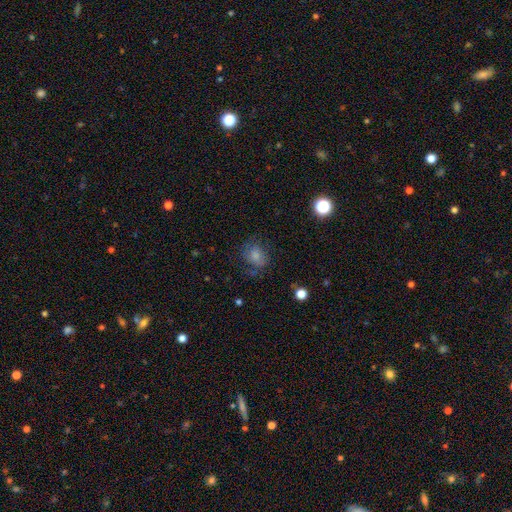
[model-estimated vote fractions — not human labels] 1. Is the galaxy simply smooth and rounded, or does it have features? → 67% smooth, 21% featured or disk, 11% star or artifact.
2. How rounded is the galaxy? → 57% round, 42% in between, 1% cigar-shaped.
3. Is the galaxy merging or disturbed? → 59% none, 23% minor disturbance, 15% major disturbance, 2% merger.